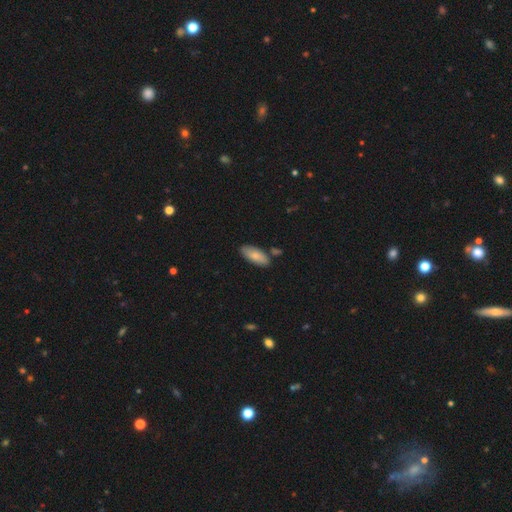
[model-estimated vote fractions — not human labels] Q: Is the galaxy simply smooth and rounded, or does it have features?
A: smooth — 79%.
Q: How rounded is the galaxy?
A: in between — 84%.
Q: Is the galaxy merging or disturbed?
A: none — 80%.